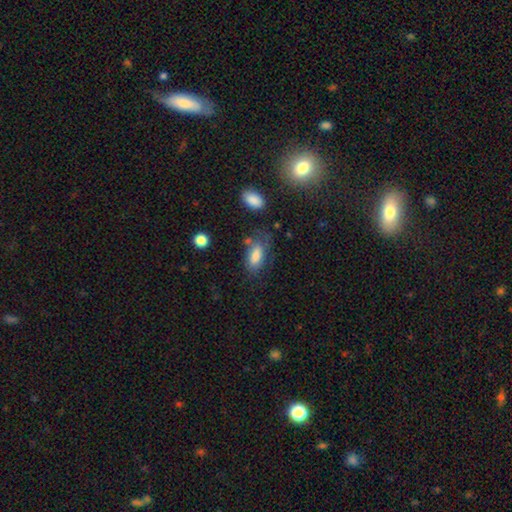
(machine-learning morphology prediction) This appears to be a smooth galaxy with no disk features (78%) that is in between round and cigar-shaped (84%). Merging: none (55%).